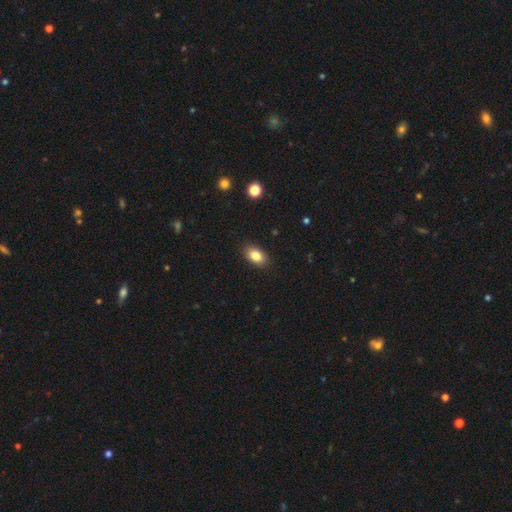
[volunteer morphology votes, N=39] Q: Smooth or featured?
A: smooth (85%); runner-up: featured or disk (13%)
Q: How rounded?
A: in between (100%)
Q: Merging?
A: none (95%); runner-up: minor disturbance (5%)